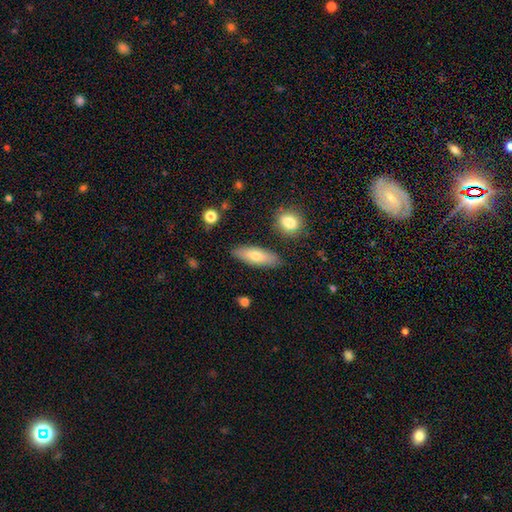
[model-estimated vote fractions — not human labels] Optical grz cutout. It shows a smooth galaxy with no disk features (71%) that is in between round and cigar-shaped (57%). Merging: none (85%).